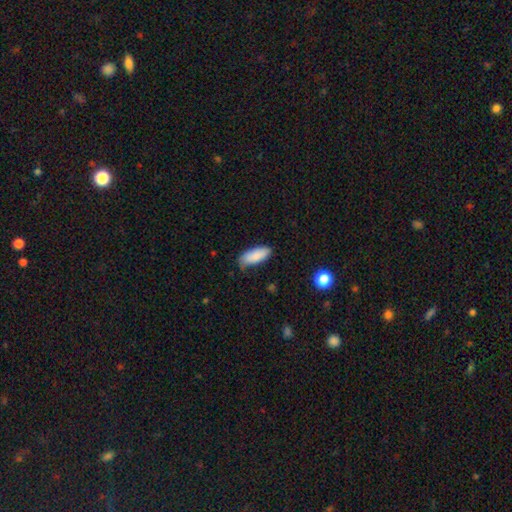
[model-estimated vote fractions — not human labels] Q: Smooth or featured?
A: smooth (87%); runner-up: featured or disk (7%)
Q: How rounded?
A: in between (82%); runner-up: cigar-shaped (17%)
Q: Merging?
A: none (64%); runner-up: minor disturbance (29%)